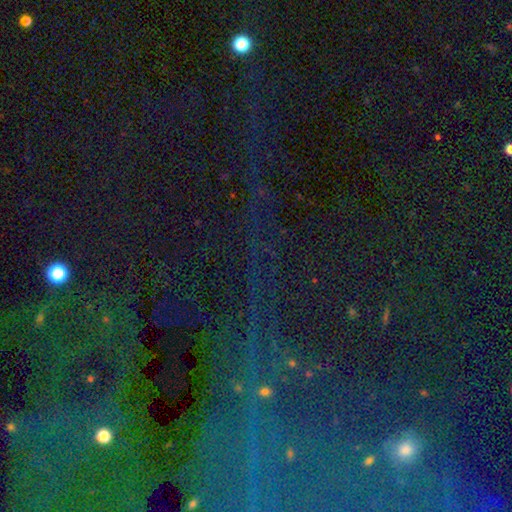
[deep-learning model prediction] smooth_or_featured: star or artifact (p=0.80) [alt: featured or disk p=0.10]